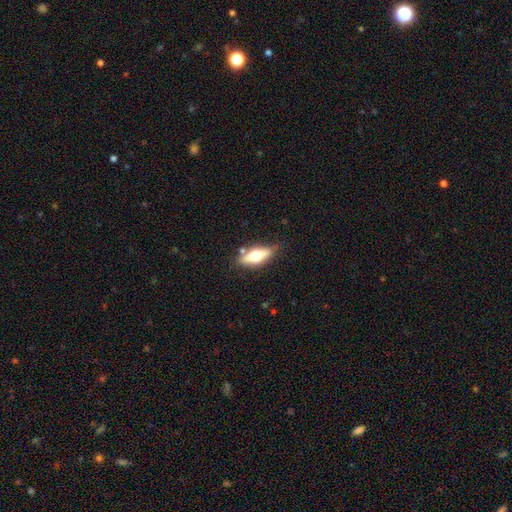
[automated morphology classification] type=smooth (48%); merging=none (77%).